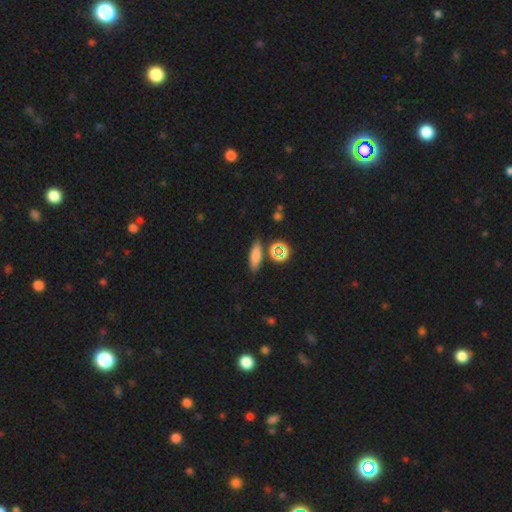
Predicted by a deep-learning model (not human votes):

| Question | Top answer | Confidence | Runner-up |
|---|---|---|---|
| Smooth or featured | smooth | 72% | star or artifact (15%) |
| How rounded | in between | 48% | cigar-shaped (44%) |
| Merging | none | 81% | minor disturbance (10%) |